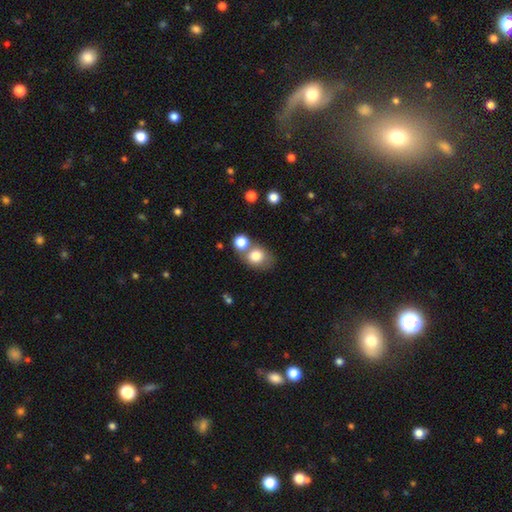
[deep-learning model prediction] This is likely a smooth galaxy (80%). How rounded: possibly round (56%). Merging: possibly none (49%).